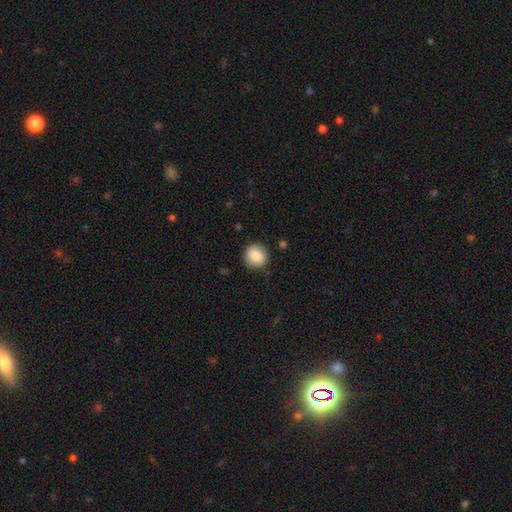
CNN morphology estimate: Q: Smooth or featured?
A: smooth (87%); runner-up: star or artifact (8%)
Q: How rounded?
A: round (88%); runner-up: in between (11%)
Q: Merging?
A: none (87%); runner-up: minor disturbance (9%)